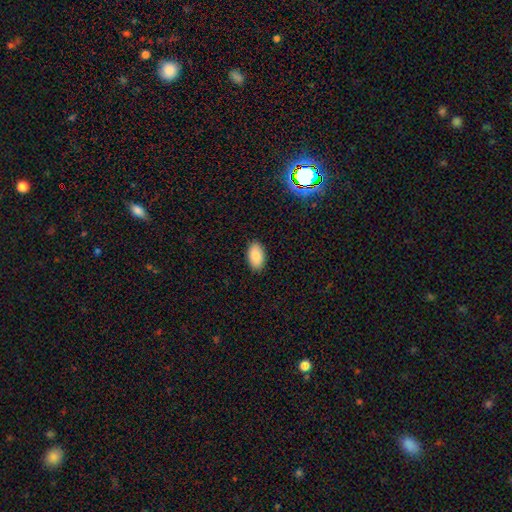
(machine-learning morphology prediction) This is clearly a smooth galaxy (85%). How rounded: clearly in between (94%). Merging: clearly none (89%).